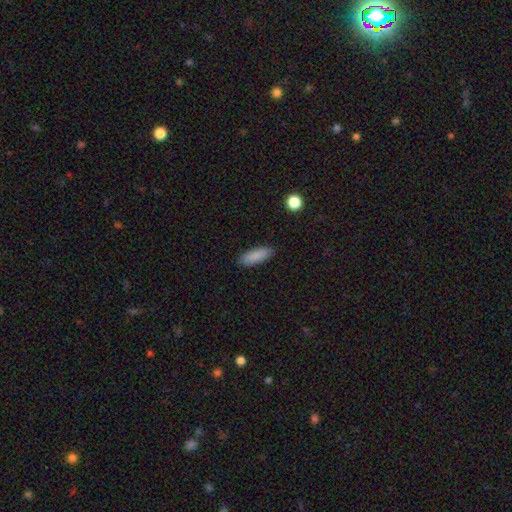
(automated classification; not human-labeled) Smooth or featured? Predicted: smooth (p=0.87). How rounded? Predicted: in between (p=0.59). Merging? Predicted: none (p=0.87).